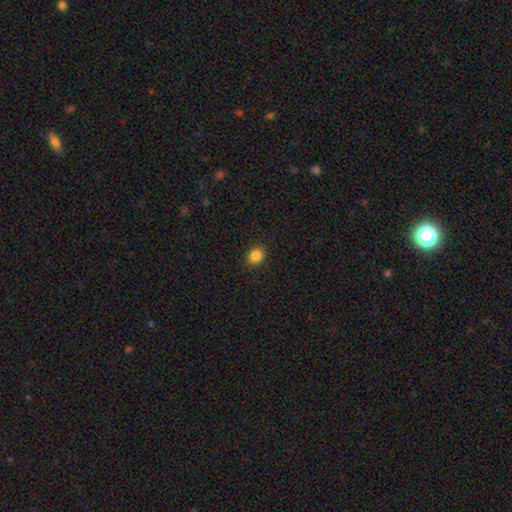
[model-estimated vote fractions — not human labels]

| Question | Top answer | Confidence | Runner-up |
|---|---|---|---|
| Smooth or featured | smooth | 85% | star or artifact (11%) |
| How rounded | round | 74% | in between (25%) |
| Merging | none | 91% | minor disturbance (6%) |